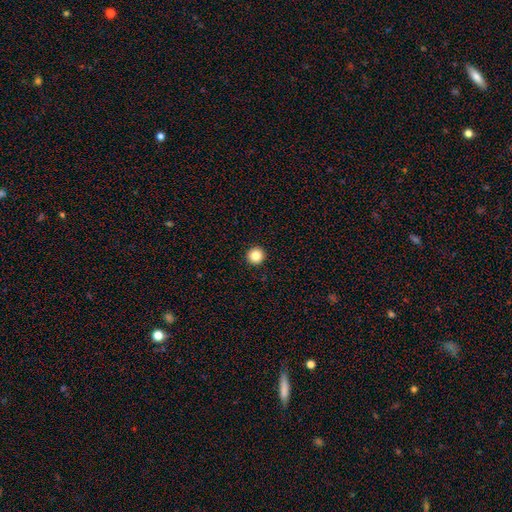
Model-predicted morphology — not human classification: smooth-or-featured: smooth: 85% | star or artifact: 11% | featured or disk: 5%
  how-rounded: round: 96% | in between: 3% | cigar-shaped: 1%
  merging: none: 94% | minor disturbance: 3% | major disturbance: 1% | merger: 1%